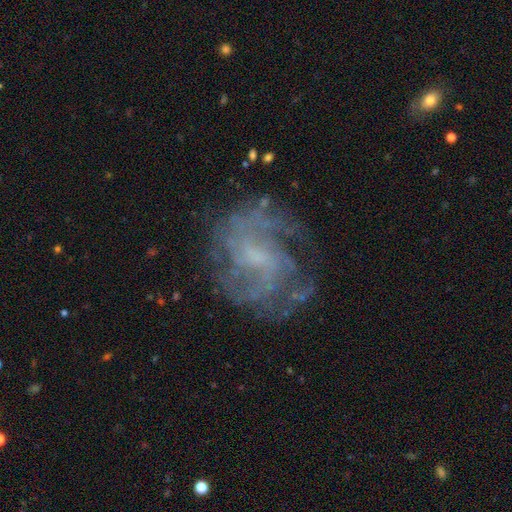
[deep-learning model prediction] A featured or disk galaxy (80%) with a weak bar (49%), medium (45%) spiral arms (87%) and a small central bulge (42%).

Vote fractions:
- Smooth or featured? featured or disk: 80% / smooth: 10% / star or artifact: 9%
- Edge-on disk? no: 98% / yes: 2%
- Bar? weak: 49% / no: 41% / strong: 11%
- Spiral arms? yes: 87% / no: 13%
- Spiral winding? medium: 45% / tight: 35% / loose: 20%
- Spiral arm count? can't tell: 37% / 2: 27% / 3: 17% / 4: 8% / 1: 5% / more than 4: 5%
- Bulge size? small: 42% / none: 32% / moderate: 23% / large: 3% / dominant: 1%
- Merging? none: 67% / minor disturbance: 17% / major disturbance: 15% / merger: 2%